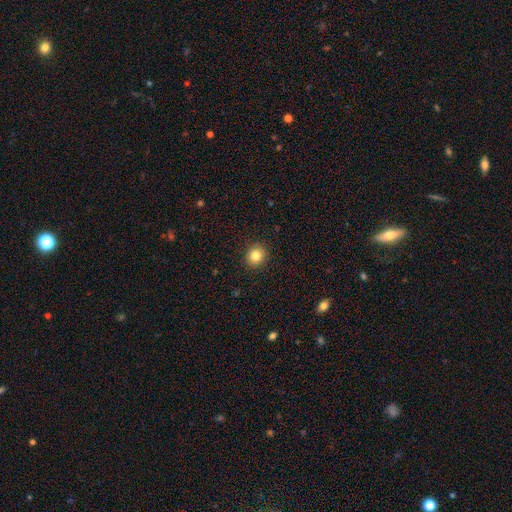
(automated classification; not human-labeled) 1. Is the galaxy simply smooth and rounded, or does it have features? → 83% smooth, 11% star or artifact, 6% featured or disk.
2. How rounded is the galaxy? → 84% round, 16% in between, 1% cigar-shaped.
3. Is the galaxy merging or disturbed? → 91% none, 6% minor disturbance, 2% major disturbance, 1% merger.